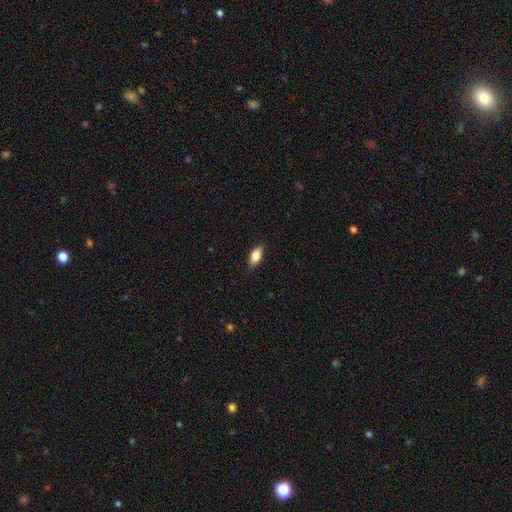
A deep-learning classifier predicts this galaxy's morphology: smooth 82%, featured or disk 12%, star or artifact 7%. Down the decision tree: how rounded — in between (88%); merging — none (86%).